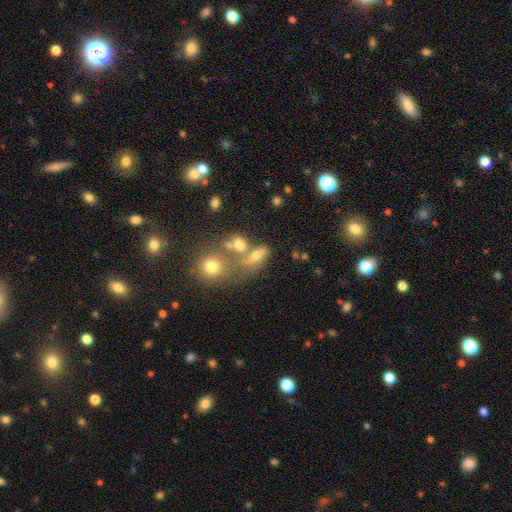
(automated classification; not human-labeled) Smooth or featured? smooth (60%)
How rounded? in between (63%)
Merging? none (38%, tied with merger)